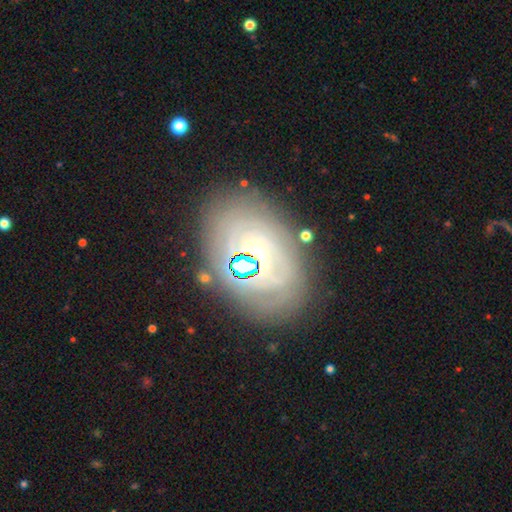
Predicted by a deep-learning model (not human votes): Smooth or featured? featured or disk (62%)
Edge-on disk? no (91%)
Bar? no (69%)
Spiral arms? yes (56%)
Bulge size? moderate (49%)
Merging? none (75%)